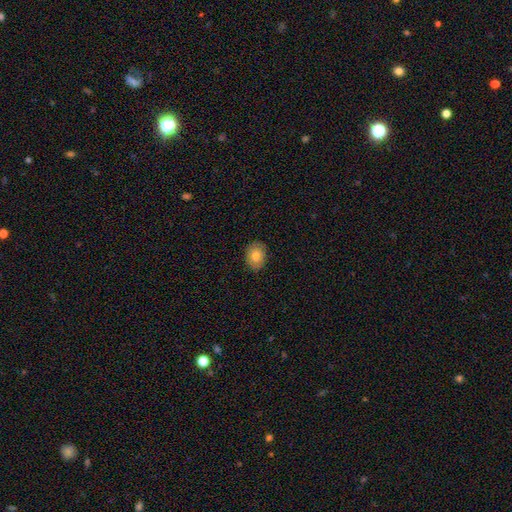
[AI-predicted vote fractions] Morphology: type=smooth (77%); roundness=in between (65%); merging=none (86%).